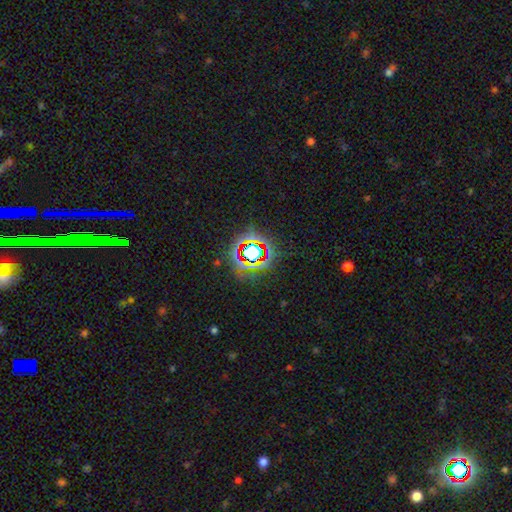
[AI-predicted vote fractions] Smooth or featured? Predicted: star or artifact (p=0.68).